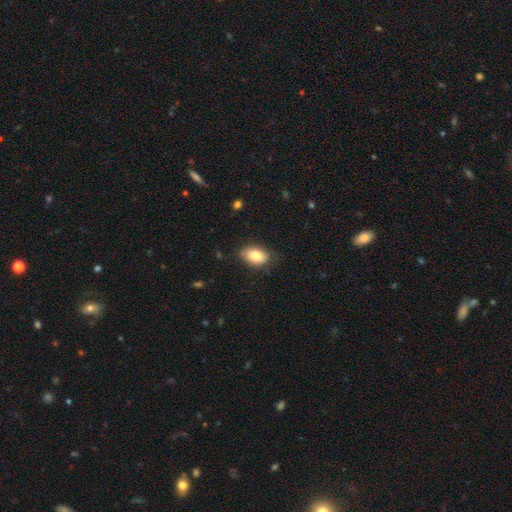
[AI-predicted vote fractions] smooth_or_featured: smooth (p=0.83) [alt: featured or disk p=0.10]
how_rounded: in between (p=0.86) [alt: round p=0.13]
merging: none (p=0.76) [alt: minor disturbance p=0.19]